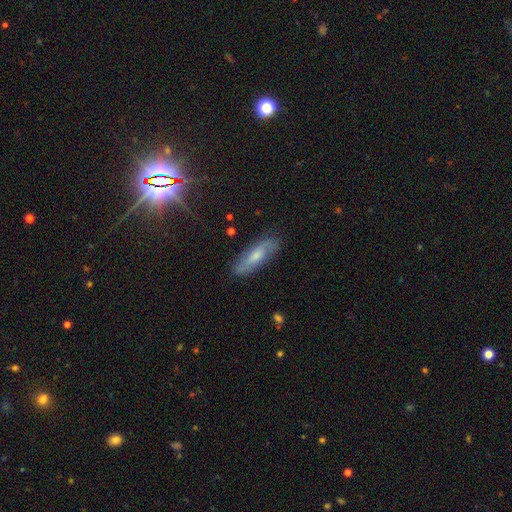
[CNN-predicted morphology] type=smooth (50%); merging=none (82%).